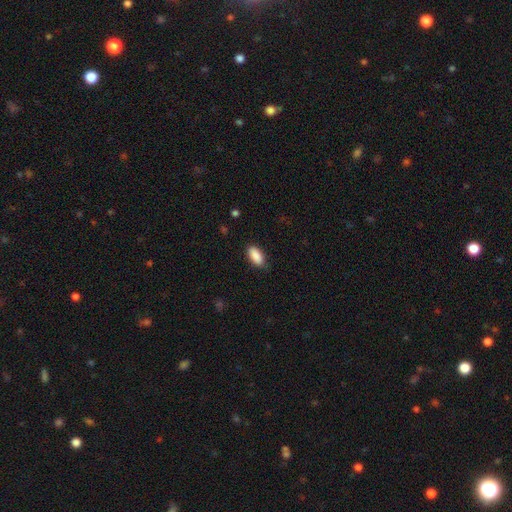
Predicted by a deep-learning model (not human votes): A smooth galaxy with no disk features (90%) that is in between round and cigar-shaped (91%). Merging: none (82%).